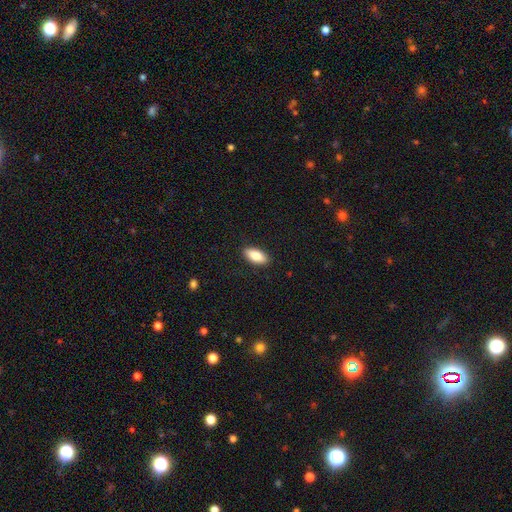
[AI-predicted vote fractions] Smooth or featured? smooth (83%)
How rounded? in between (88%)
Merging? none (90%)